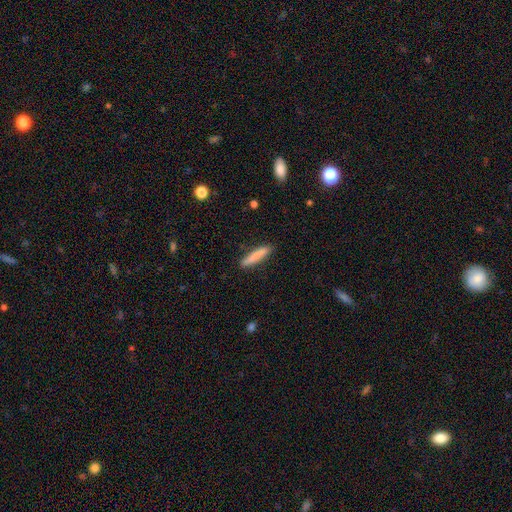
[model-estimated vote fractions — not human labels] Q: Smooth or featured?
A: smooth (82%); runner-up: featured or disk (12%)
Q: How rounded?
A: cigar-shaped (89%); runner-up: in between (9%)
Q: Merging?
A: none (86%); runner-up: minor disturbance (10%)